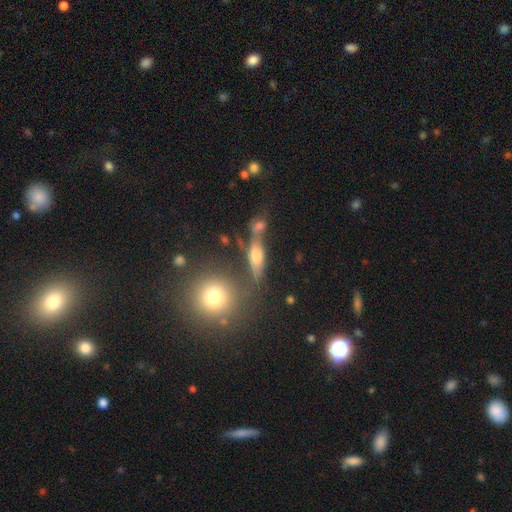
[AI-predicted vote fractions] featured or disk 45%, smooth 39%, star or artifact 16%. Down the decision tree: merging — none (59%).